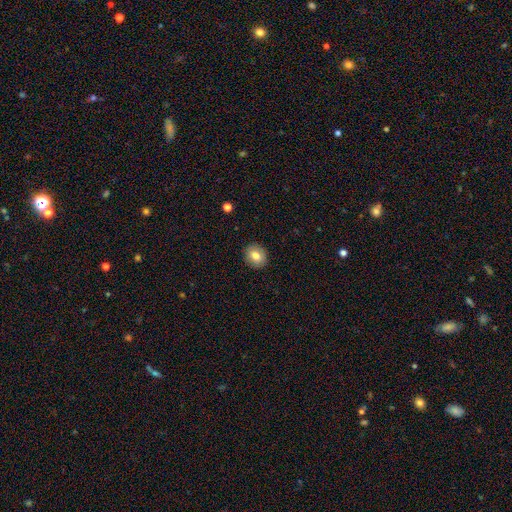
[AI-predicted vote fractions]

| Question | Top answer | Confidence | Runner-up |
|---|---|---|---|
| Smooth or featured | smooth | 80% | featured or disk (12%) |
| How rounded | round | 70% | in between (29%) |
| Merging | none | 90% | minor disturbance (7%) |